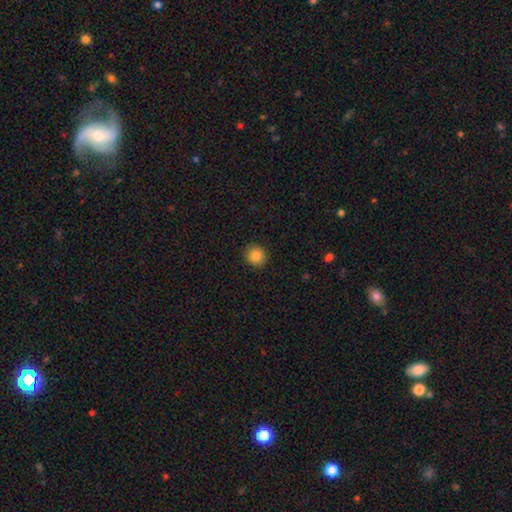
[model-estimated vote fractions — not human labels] Smooth or featured?
  - smooth: 85% *
  - star or artifact: 10%
  - featured or disk: 5%
How rounded?
  - round: 83% *
  - in between: 16%
  - cigar-shaped: 1%
Merging?
  - none: 91% *
  - minor disturbance: 6%
  - major disturbance: 2%
  - merger: 1%